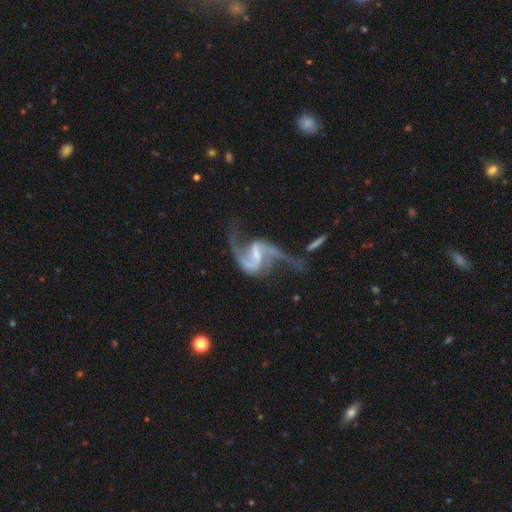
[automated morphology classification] Smooth or featured? Predicted: featured or disk (p=0.92). Edge-on disk? Predicted: no (p=0.98). Bar? Predicted: weak (p=0.51). Spiral arms? Predicted: yes (p=0.97). Spiral winding? Predicted: loose (p=0.67). Spiral arm count? Predicted: 2 (p=0.93). Bulge size? Predicted: small (p=0.42). Merging? Predicted: none (p=0.50).